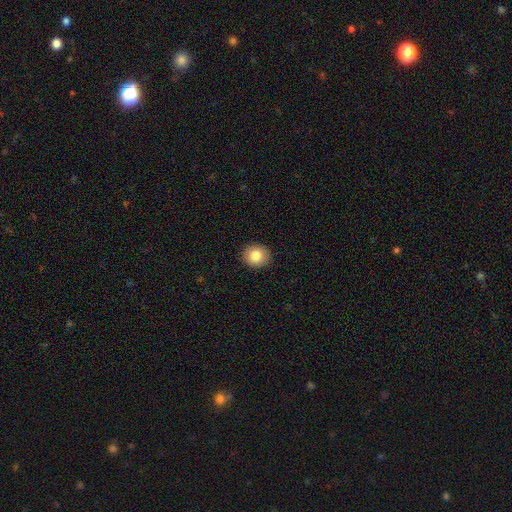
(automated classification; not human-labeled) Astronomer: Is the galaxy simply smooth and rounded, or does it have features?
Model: smooth — 83%.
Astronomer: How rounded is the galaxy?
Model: round — 82%.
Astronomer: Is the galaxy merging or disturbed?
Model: none — 92%.